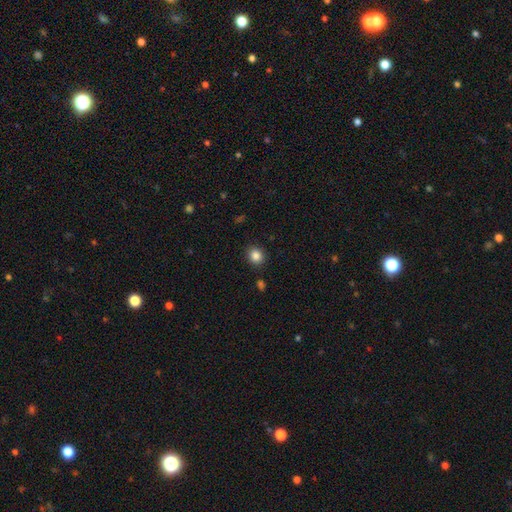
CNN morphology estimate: This appears to be a smooth galaxy with no disk features (85%) that is round (76%). Merging: none (89%).